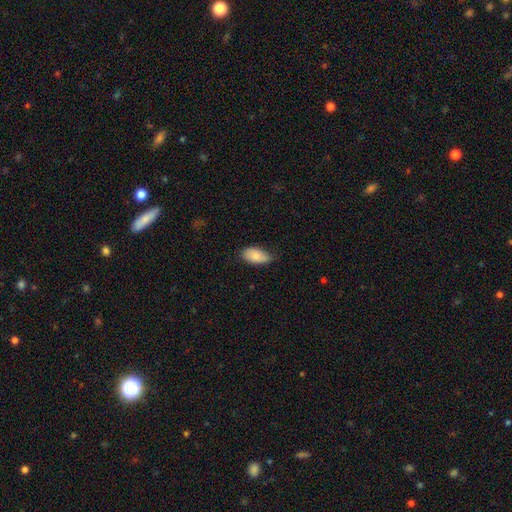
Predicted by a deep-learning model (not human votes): This is clearly a smooth galaxy (83%). How rounded: clearly in between (94%). Merging: likely none (61%).